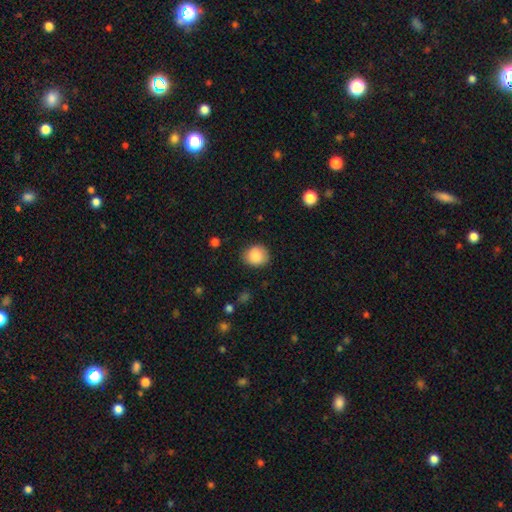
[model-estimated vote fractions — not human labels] This appears to be a smooth galaxy with no disk features (87%) that is round (75%). Merging: none (84%).